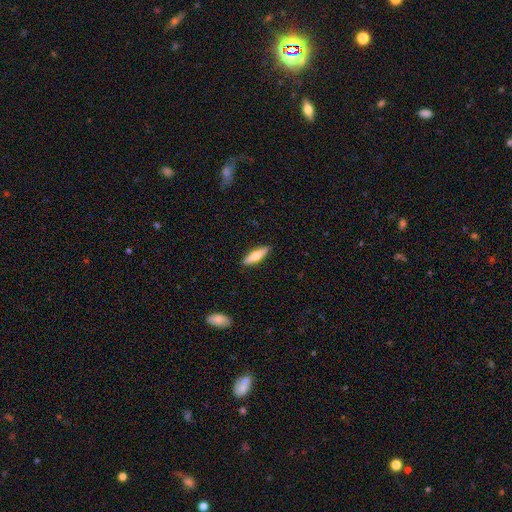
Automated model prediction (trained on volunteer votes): The model was most divided on "smooth or featured": smooth: 57%, featured or disk: 38%, star or artifact: 6%. More confident: merging — none (90%); how rounded — cigar-shaped (63%).